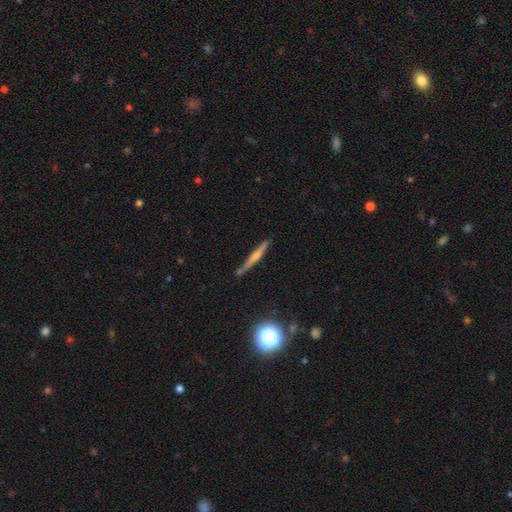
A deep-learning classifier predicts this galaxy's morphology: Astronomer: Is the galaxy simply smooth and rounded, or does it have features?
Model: featured or disk — 69%.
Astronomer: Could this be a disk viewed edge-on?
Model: yes — 97%.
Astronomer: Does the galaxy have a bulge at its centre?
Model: rounded — 77%.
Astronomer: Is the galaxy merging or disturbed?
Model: none — 87%.